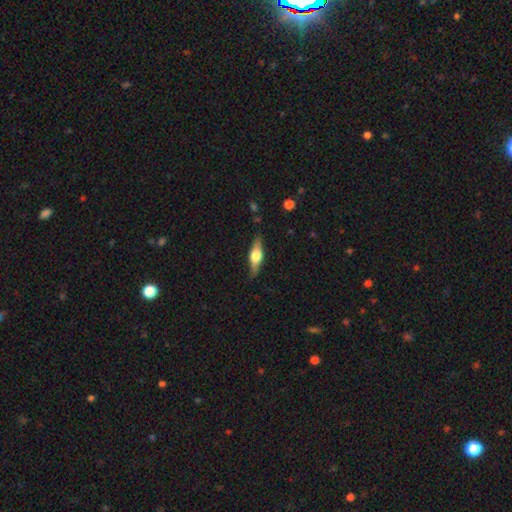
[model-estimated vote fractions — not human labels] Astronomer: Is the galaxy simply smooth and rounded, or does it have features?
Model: featured or disk — 59% (runner-up: smooth, 35%).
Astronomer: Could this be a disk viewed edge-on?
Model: yes — 94%.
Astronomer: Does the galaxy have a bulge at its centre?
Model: rounded — 91%.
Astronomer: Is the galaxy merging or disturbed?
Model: none — 84%.